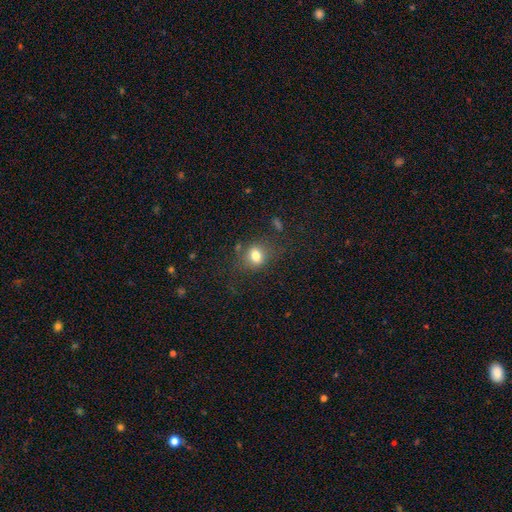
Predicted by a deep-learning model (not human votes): This is likely a smooth galaxy (77%). How rounded: possibly round (50%). Merging: likely none (69%).